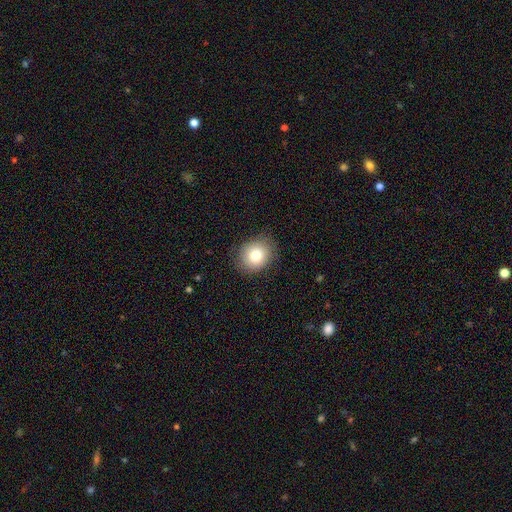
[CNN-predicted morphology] A smooth galaxy with no disk features (79%) that is round (67%). Merging: none (84%).